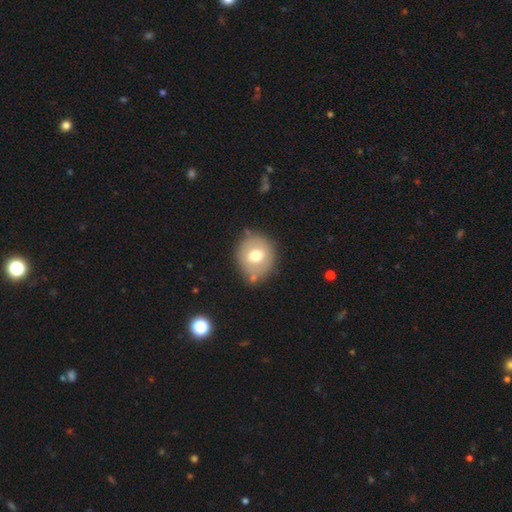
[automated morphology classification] This is likely a smooth galaxy (67%). How rounded: likely round (76%). Merging: likely none (74%).